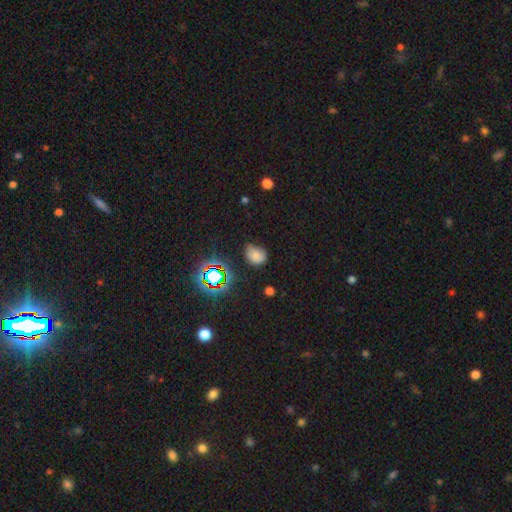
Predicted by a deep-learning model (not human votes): This is likely a smooth galaxy (69%). How rounded: possibly in between (56%). Merging: possibly none (58%).